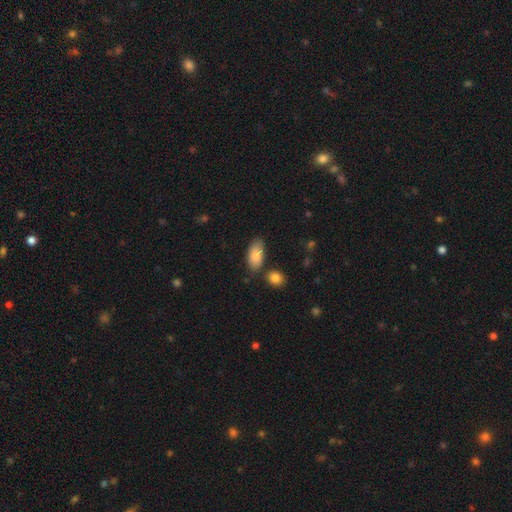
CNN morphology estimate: Smooth or featured? smooth (87%)
How rounded? in between (92%)
Merging? none (71%)